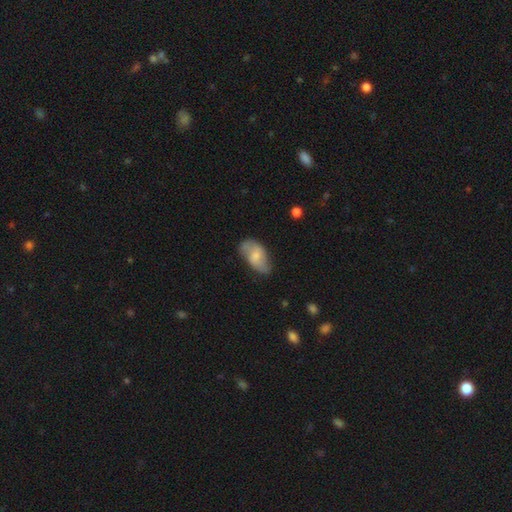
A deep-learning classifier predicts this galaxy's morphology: smooth-or-featured: featured or disk: 47% | smooth: 46% | star or artifact: 6%
  merging: none: 62% | minor disturbance: 28% | major disturbance: 8% | merger: 2%